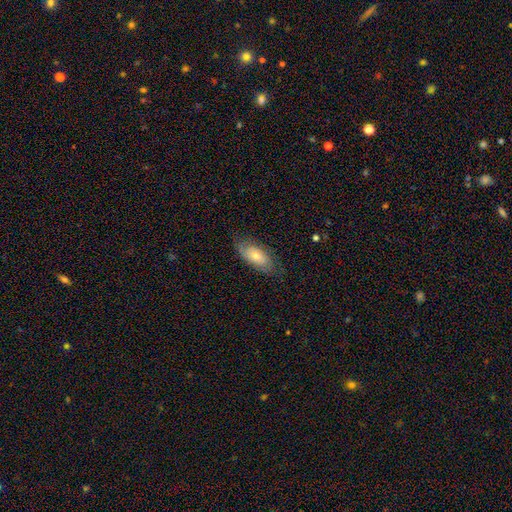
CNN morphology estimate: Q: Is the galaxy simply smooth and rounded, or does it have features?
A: smooth — 56%.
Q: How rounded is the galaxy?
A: in between — 83%.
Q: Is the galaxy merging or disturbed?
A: none — 74%.